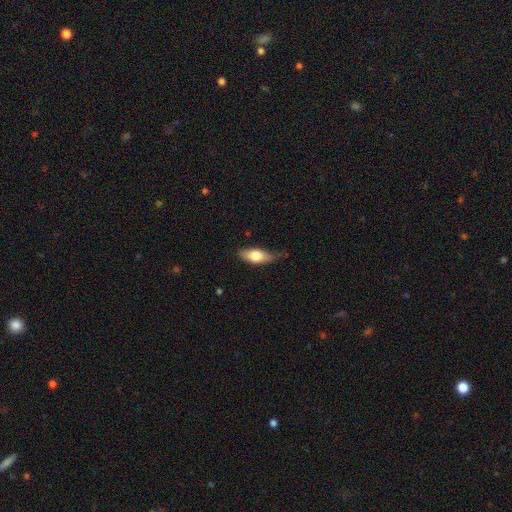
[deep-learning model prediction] Smooth or featured: smooth — 71% (featured or disk — 23%)
How rounded: in between — 76% (cigar-shaped — 20%)
Merging: none — 64% (minor disturbance — 28%)